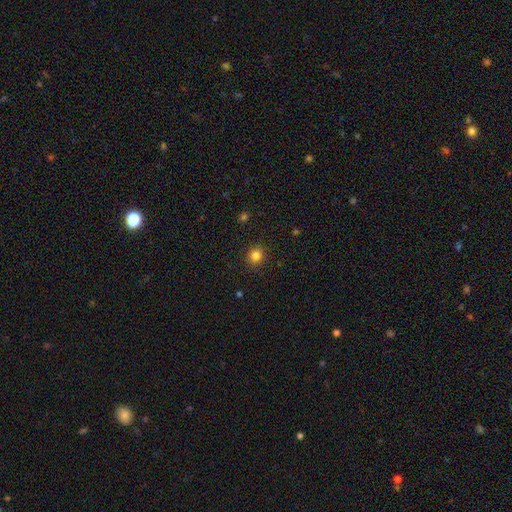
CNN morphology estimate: type=smooth (83%); roundness=round (85%); merging=none (91%).